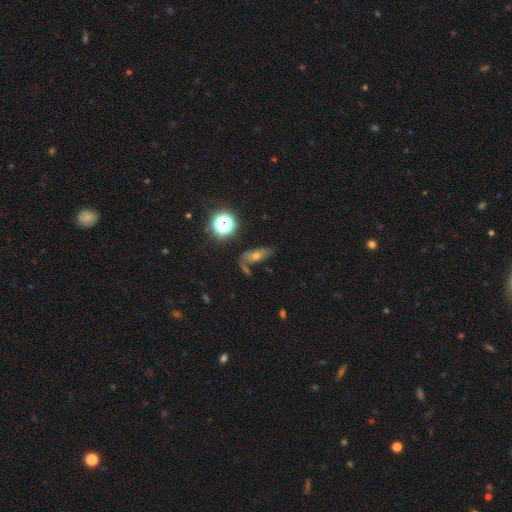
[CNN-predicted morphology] Smooth or featured? Predicted: smooth (p=0.46). Merging? Predicted: none (p=0.64).